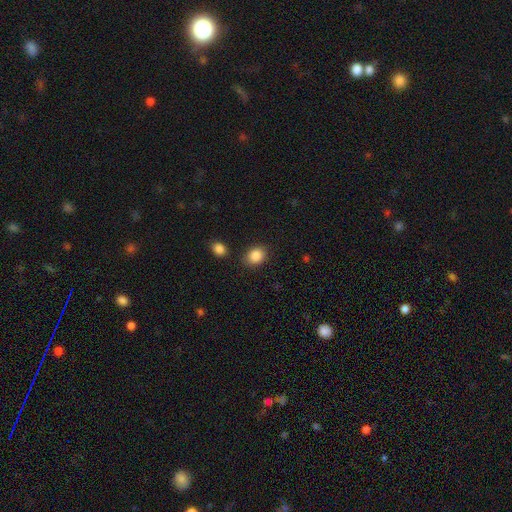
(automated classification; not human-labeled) A smooth galaxy with no disk features (87%) that is in between round and cigar-shaped (52%).

Vote fractions:
- Smooth or featured? smooth: 87% / star or artifact: 9% / featured or disk: 5%
- How rounded? in between: 52% / round: 47% / cigar-shaped: 1%
- Merging? none: 82% / minor disturbance: 11% / merger: 4% / major disturbance: 3%